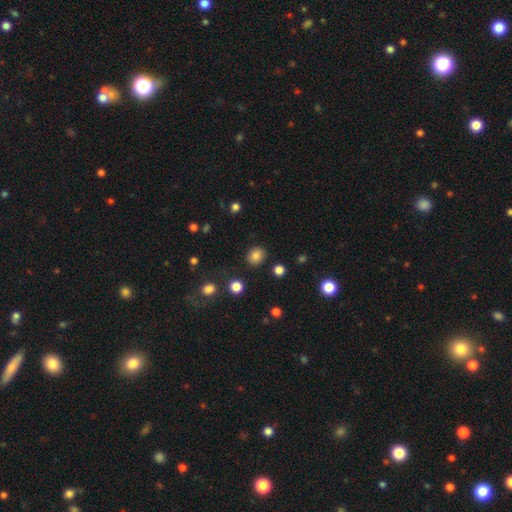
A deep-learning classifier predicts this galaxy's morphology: smooth 84%, star or artifact 12%, featured or disk 5%. Down the decision tree: how rounded — round (73%); merging — none (86%).